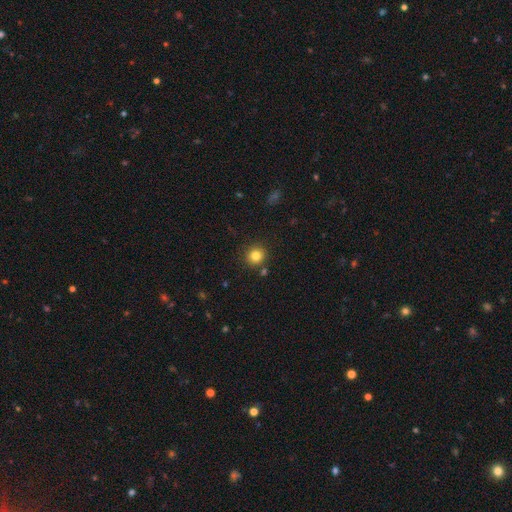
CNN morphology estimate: type=smooth (82%); roundness=round (91%); merging=none (86%).